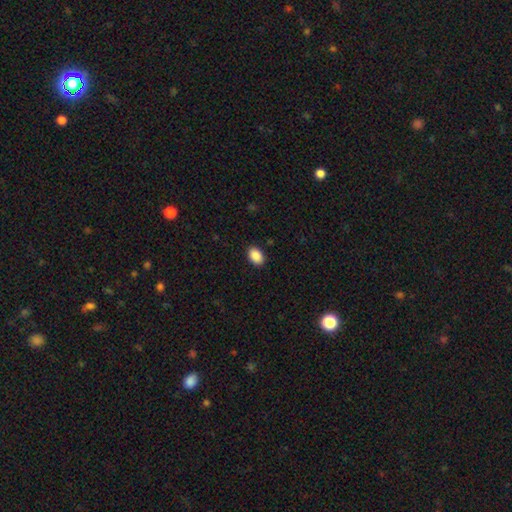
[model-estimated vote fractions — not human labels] A smooth galaxy with no disk features (90%) that is in between round and cigar-shaped (86%).

Vote fractions:
- Smooth or featured? smooth: 90% / star or artifact: 8% / featured or disk: 3%
- How rounded? in between: 86% / round: 13% / cigar-shaped: 1%
- Merging? none: 89% / minor disturbance: 8% / major disturbance: 2% / merger: 1%